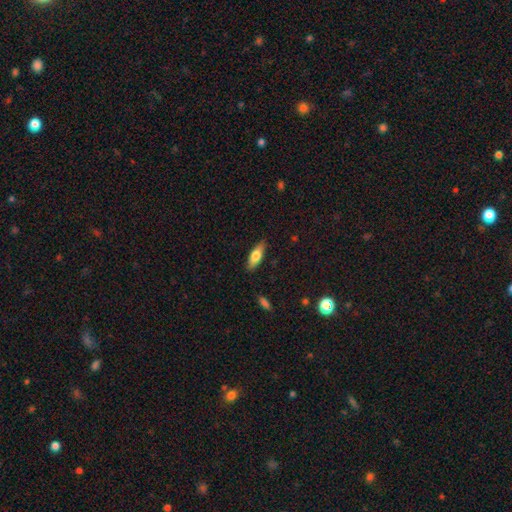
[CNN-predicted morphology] type=smooth (70%); roundness=in between (62%); merging=none (85%).